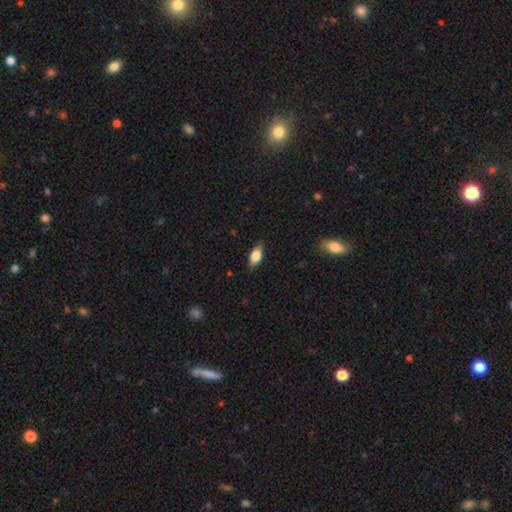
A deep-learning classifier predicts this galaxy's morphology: smooth-or-featured: smooth: 73% | featured or disk: 19% | star or artifact: 8%
  how-rounded: in between: 85% | cigar-shaped: 8% | round: 7%
  merging: none: 82% | minor disturbance: 14% | major disturbance: 3% | merger: 1%